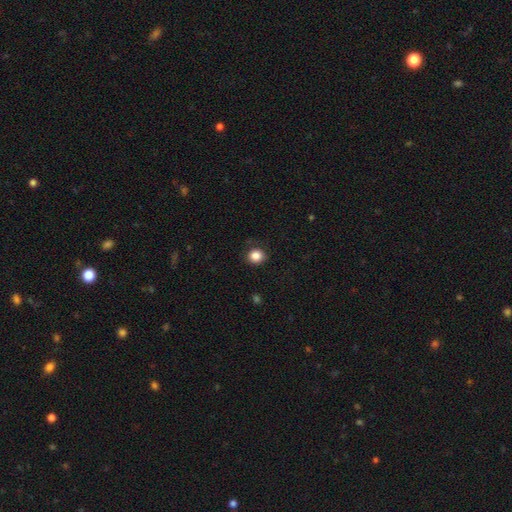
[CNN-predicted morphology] type=smooth (86%); roundness=round (84%); merging=none (85%).